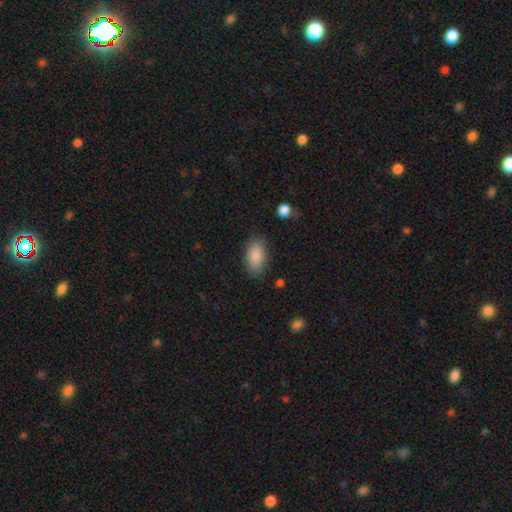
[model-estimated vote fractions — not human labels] smooth_or_featured: smooth (p=0.88) [alt: star or artifact p=0.07]
how_rounded: in between (p=0.93) [alt: round p=0.04]
merging: none (p=0.83) [alt: minor disturbance p=0.12]